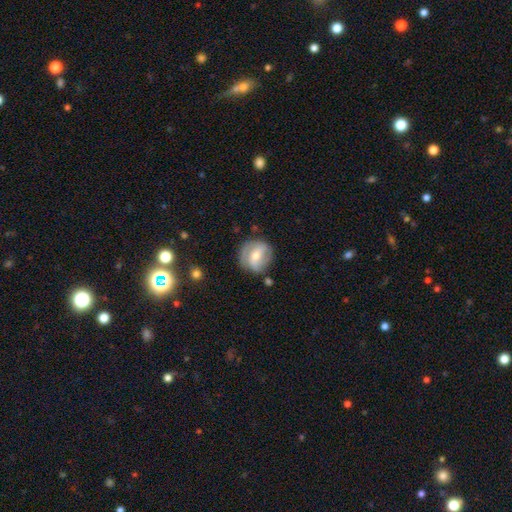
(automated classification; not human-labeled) Smooth or featured?
  - featured or disk: 64% *
  - smooth: 30%
  - star or artifact: 7%
Edge-on disk?
  - no: 96% *
  - yes: 4%
Bar?
  - weak: 40% *
  - strong: 33%
  - no: 27%
Spiral arms?
  - yes: 78% *
  - no: 22%
Bulge size?
  - moderate: 56% *
  - small: 40%
  - large: 2%
  - none: 1%
  - dominant: 1%
Merging?
  - none: 73% *
  - minor disturbance: 18%
  - major disturbance: 6%
  - merger: 3%